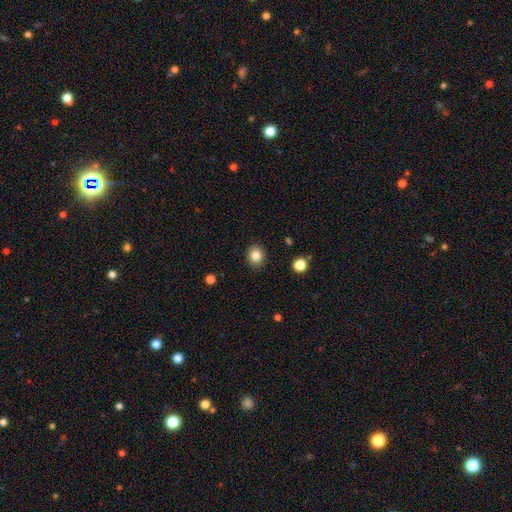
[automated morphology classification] This appears to be a smooth galaxy with no disk features (84%) that is round (65%). Merging: none (90%).